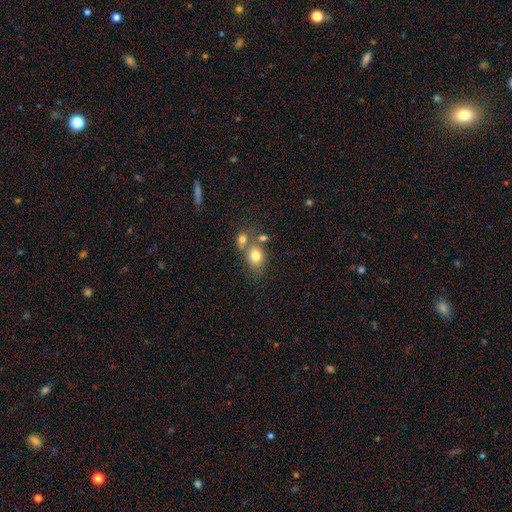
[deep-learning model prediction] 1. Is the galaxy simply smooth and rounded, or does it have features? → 76% smooth, 13% featured or disk, 11% star or artifact.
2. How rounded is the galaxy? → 52% in between, 47% round, 1% cigar-shaped.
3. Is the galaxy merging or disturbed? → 47% none, 34% merger, 13% minor disturbance, 5% major disturbance.